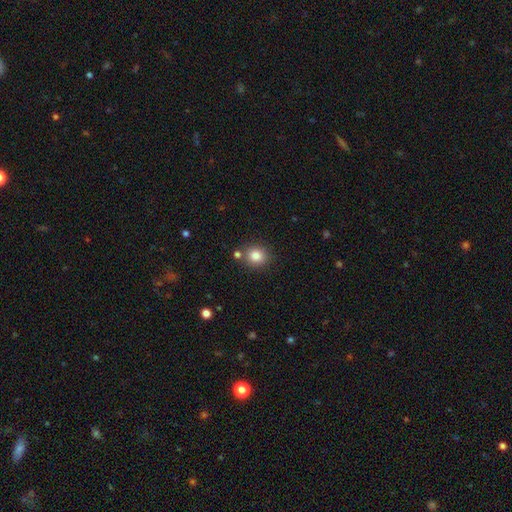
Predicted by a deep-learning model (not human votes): A smooth galaxy with no disk features (83%) that is round (82%). Merging: none (80%).